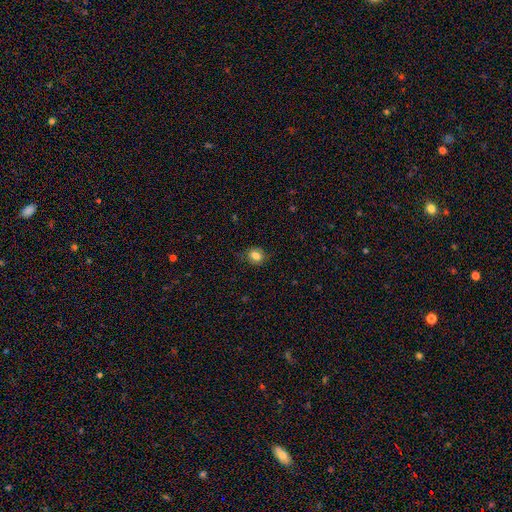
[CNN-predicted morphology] This appears to be a smooth galaxy with no disk features (81%) that is round (59%). Merging: none (77%).